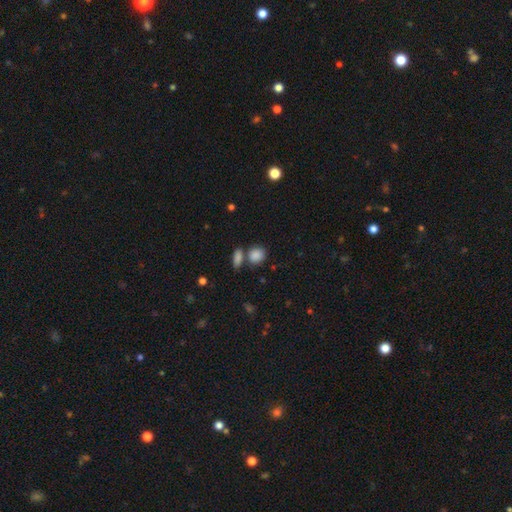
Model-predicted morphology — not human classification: This appears to be a smooth galaxy with no disk features (86%) that is round (67%). Merging: none (60%).